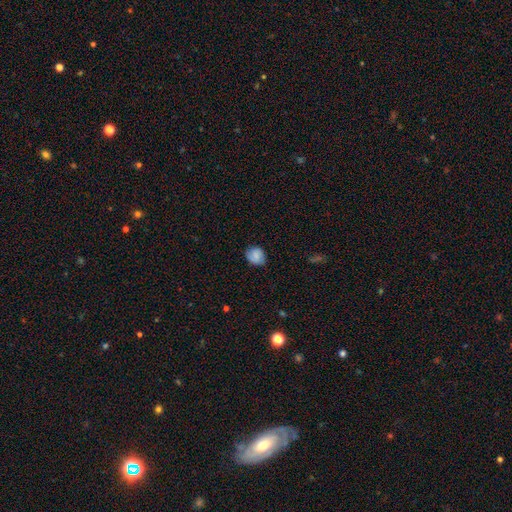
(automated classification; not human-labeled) The model was most divided on "how rounded": round: 67%, in between: 32%, cigar-shaped: 1%. More confident: smooth or featured — smooth (76%); merging — none (75%).